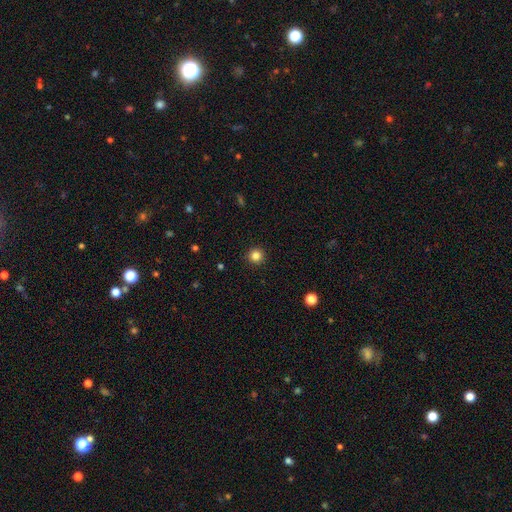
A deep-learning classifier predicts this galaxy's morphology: Smooth or featured? smooth (84%)
How rounded? round (95%)
Merging? none (93%)